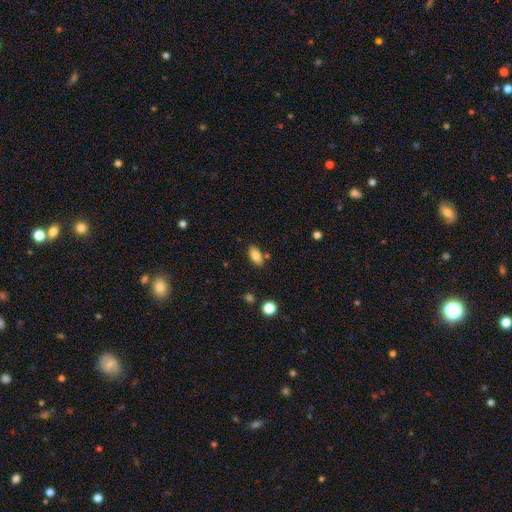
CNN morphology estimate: Smooth or featured? smooth (84%)
How rounded? in between (91%)
Merging? none (81%)